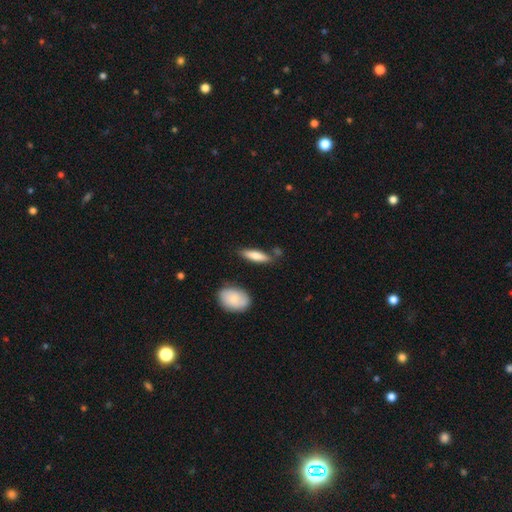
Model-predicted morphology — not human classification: This appears to be a smooth galaxy with no disk features (75%) that is cigar-shaped (63%). Merging: none (76%).